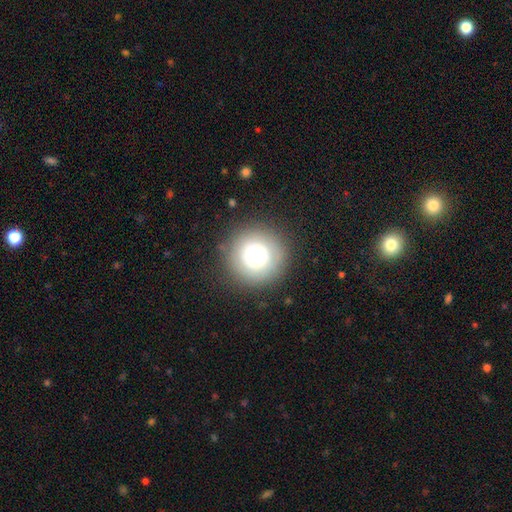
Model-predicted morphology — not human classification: type=smooth (70%); roundness=round (96%); merging=none (86%).